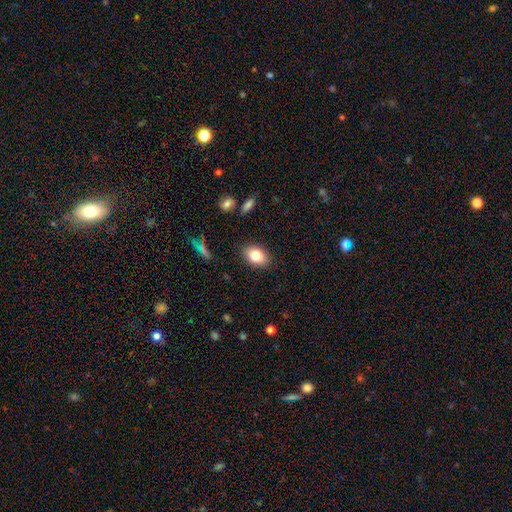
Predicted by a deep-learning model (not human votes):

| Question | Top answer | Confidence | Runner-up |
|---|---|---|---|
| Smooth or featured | smooth | 81% | featured or disk (10%) |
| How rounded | in between | 79% | round (19%) |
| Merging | none | 86% | minor disturbance (10%) |